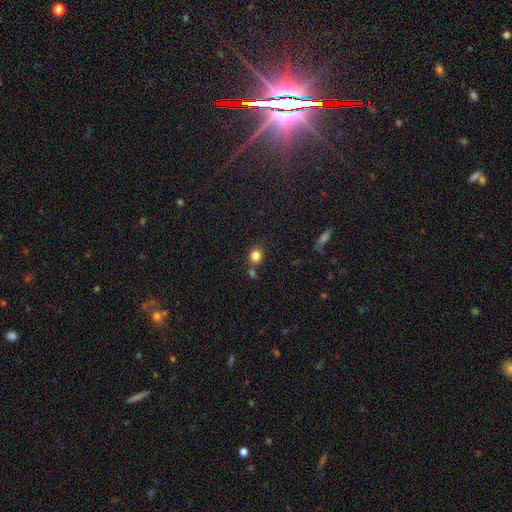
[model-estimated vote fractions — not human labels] Smooth or featured? smooth (83%)
How rounded? round (75%)
Merging? none (67%)